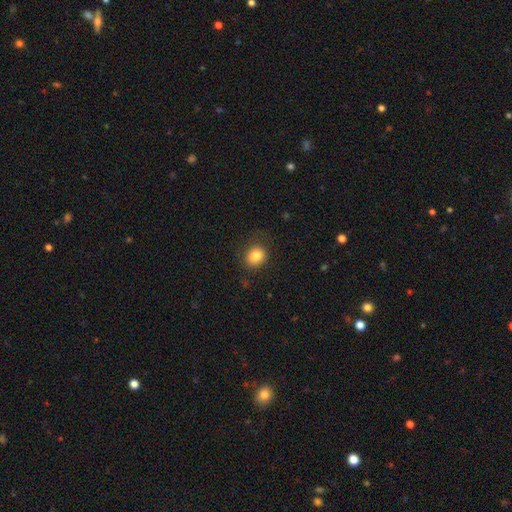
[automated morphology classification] A smooth galaxy with no disk features (83%) that is round (69%). Merging: none (81%).